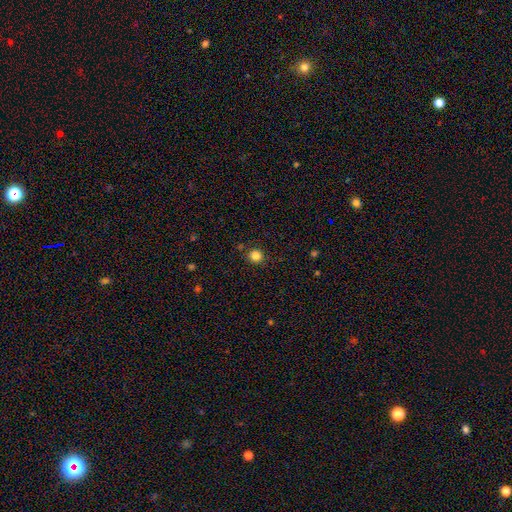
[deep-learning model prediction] The model was most divided on "smooth or featured": smooth: 84%, star or artifact: 12%, featured or disk: 4%. More confident: how rounded — round (92%); merging — none (88%).